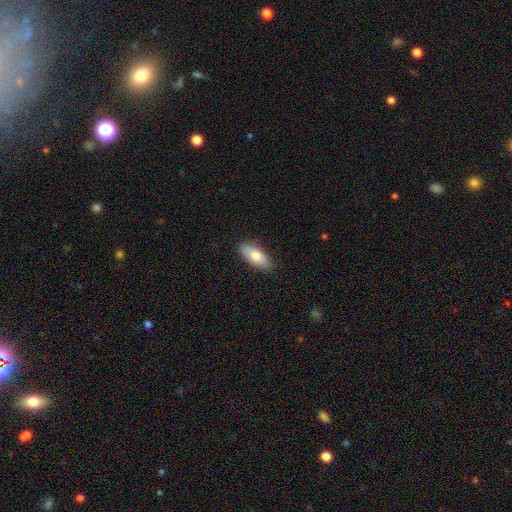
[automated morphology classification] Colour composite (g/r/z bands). It shows a smooth galaxy with no disk features (75%) that is in between round and cigar-shaped (83%). Merging: none (87%).